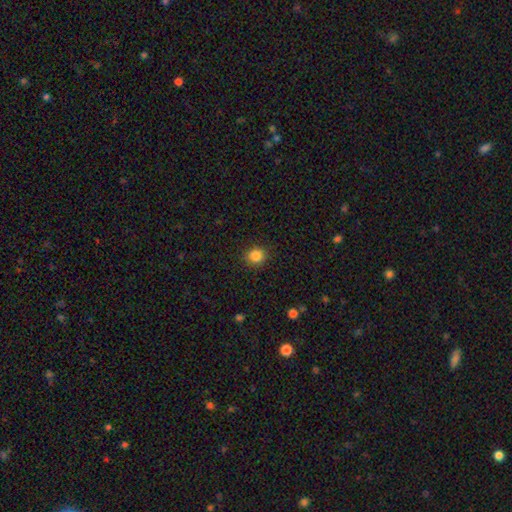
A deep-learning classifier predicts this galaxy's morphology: Smooth or featured?
  - smooth: 84% *
  - star or artifact: 11%
  - featured or disk: 4%
How rounded?
  - round: 87% *
  - in between: 12%
  - cigar-shaped: 1%
Merging?
  - none: 90% *
  - minor disturbance: 7%
  - major disturbance: 2%
  - merger: 1%